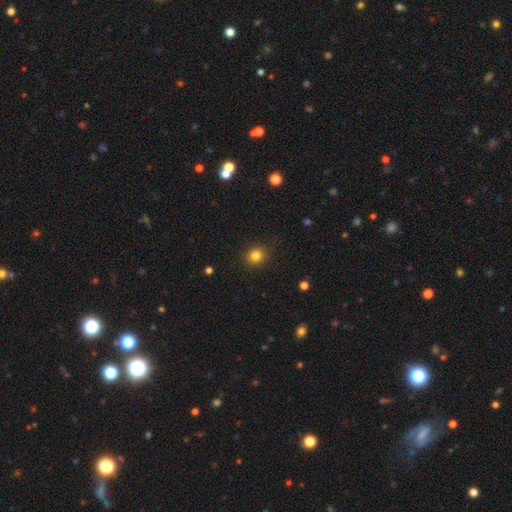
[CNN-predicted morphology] A smooth galaxy with no disk features (83%) that is round (85%). Merging: none (89%).